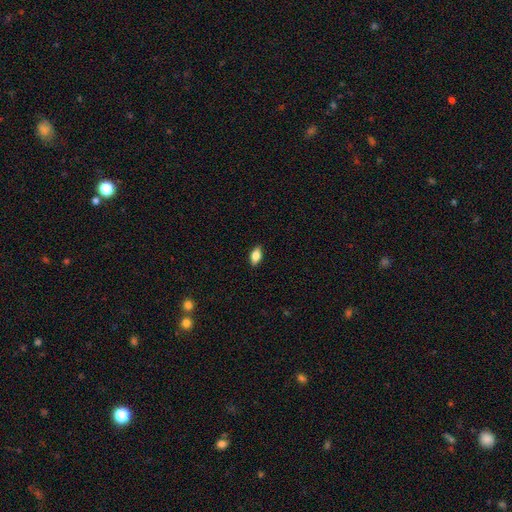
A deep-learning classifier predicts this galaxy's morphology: smooth_or_featured: smooth (p=0.83) [alt: featured or disk p=0.10]
how_rounded: in between (p=0.90) [alt: cigar-shaped p=0.06]
merging: none (p=0.88) [alt: minor disturbance p=0.09]